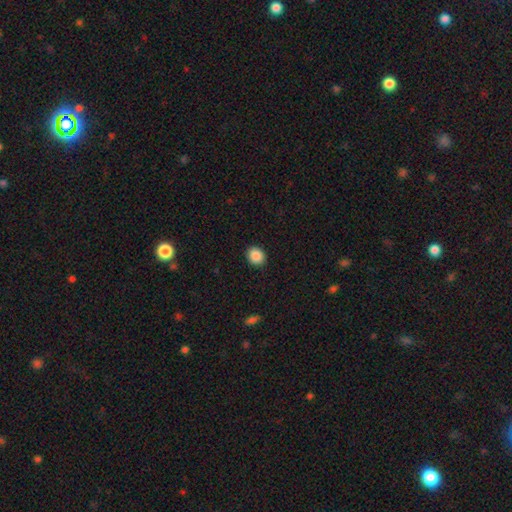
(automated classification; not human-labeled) Q: Smooth or featured?
A: smooth (88%); runner-up: star or artifact (9%)
Q: How rounded?
A: round (67%); runner-up: in between (32%)
Q: Merging?
A: none (91%); runner-up: minor disturbance (6%)